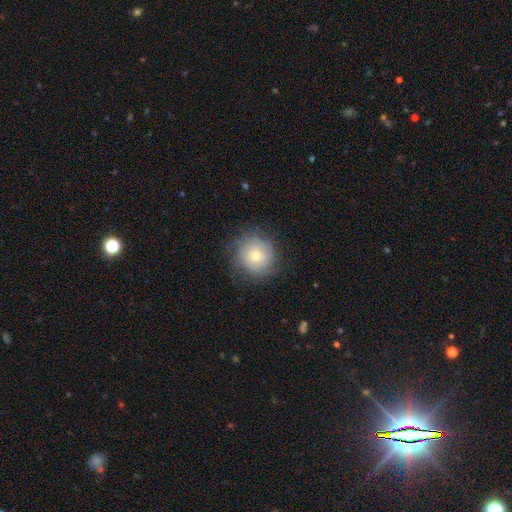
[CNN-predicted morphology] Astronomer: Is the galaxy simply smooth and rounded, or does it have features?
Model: smooth — 68%.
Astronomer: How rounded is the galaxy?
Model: round — 92%.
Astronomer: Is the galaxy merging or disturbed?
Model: none — 77%.